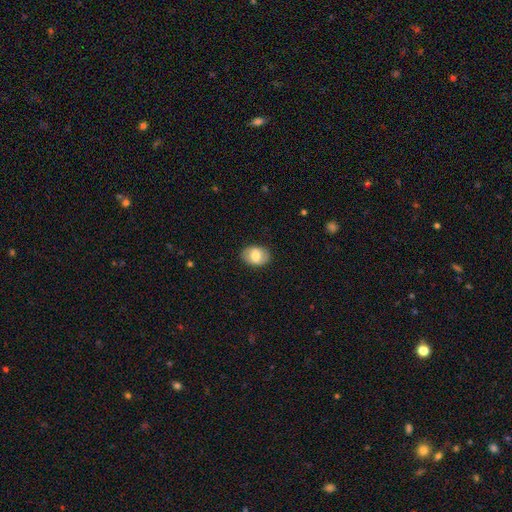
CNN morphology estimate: A smooth galaxy with no disk features (73%) that is in between round and cigar-shaped (80%).

Vote fractions:
- Smooth or featured? smooth: 73% / featured or disk: 21% / star or artifact: 7%
- How rounded? in between: 80% / round: 18% / cigar-shaped: 1%
- Merging? none: 86% / minor disturbance: 10% / major disturbance: 3% / merger: 1%